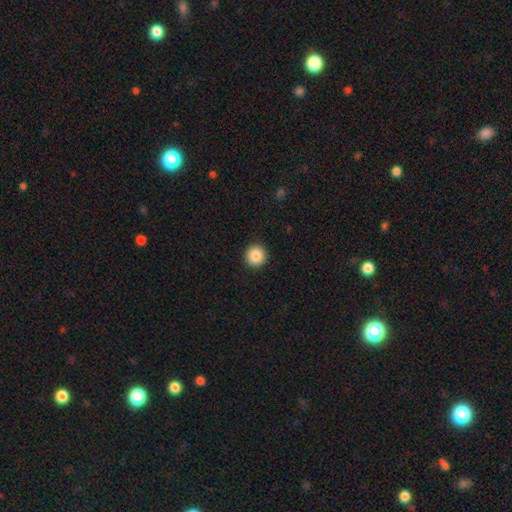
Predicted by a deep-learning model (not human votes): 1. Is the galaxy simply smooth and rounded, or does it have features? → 86% smooth, 9% star or artifact, 5% featured or disk.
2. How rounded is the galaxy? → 95% round, 4% in between, 1% cigar-shaped.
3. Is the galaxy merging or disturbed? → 93% none, 4% minor disturbance, 2% major disturbance, 1% merger.